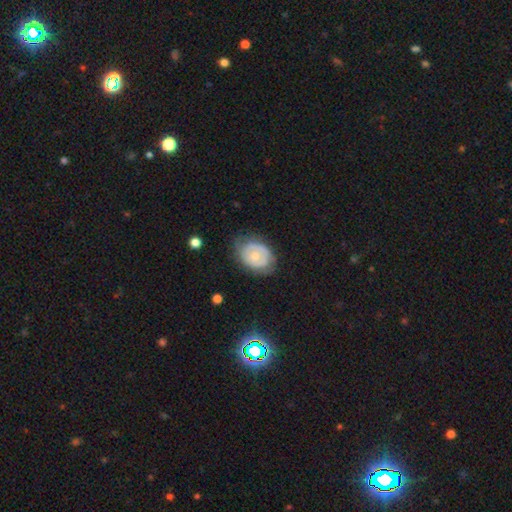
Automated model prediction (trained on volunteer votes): smooth_or_featured: featured or disk (p=0.48) [alt: smooth p=0.46]
merging: none (p=0.62) [alt: minor disturbance p=0.26]